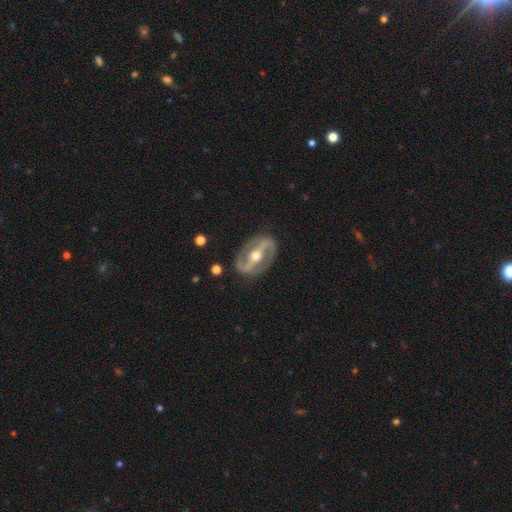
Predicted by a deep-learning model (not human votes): Morphology: type=featured or disk (90%); edge-on=no (95%); bar=strong (67%); spiral arms=yes (89%); winding=medium (47%); arm count=2 (92%); bulge=moderate (71%); merging=none (86%).